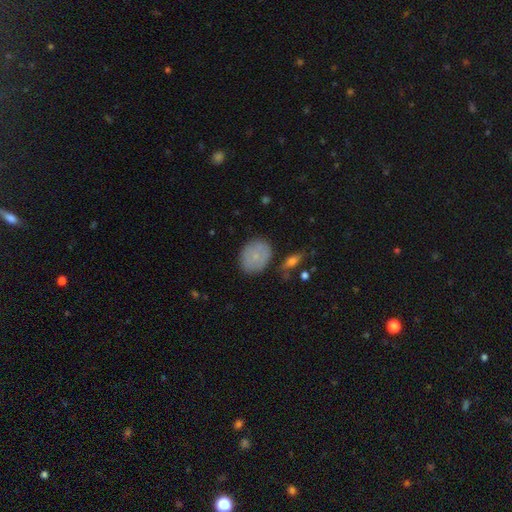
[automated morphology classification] Smooth or featured? Predicted: smooth (p=0.72). How rounded? Predicted: round (p=0.52). Merging? Predicted: none (p=0.77).